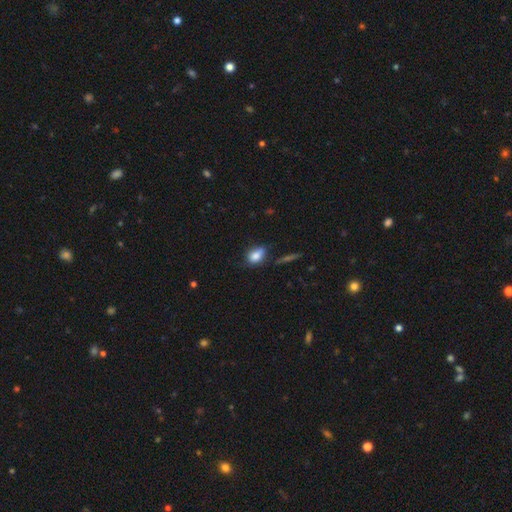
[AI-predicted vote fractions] Smooth or featured? Predicted: smooth (p=0.81). How rounded? Predicted: in between (p=0.75). Merging? Predicted: none (p=0.56).